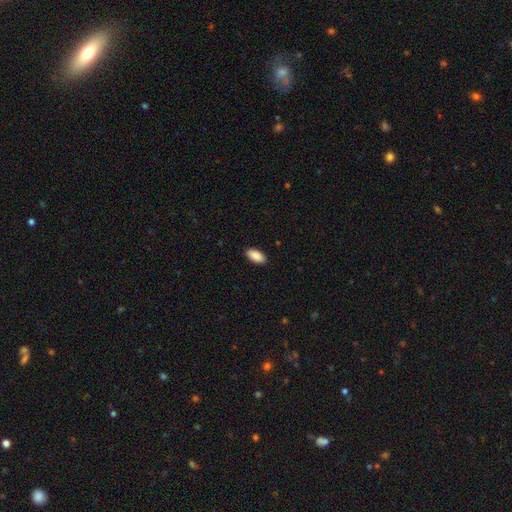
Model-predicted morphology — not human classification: type=smooth (91%); roundness=in between (94%); merging=none (89%).